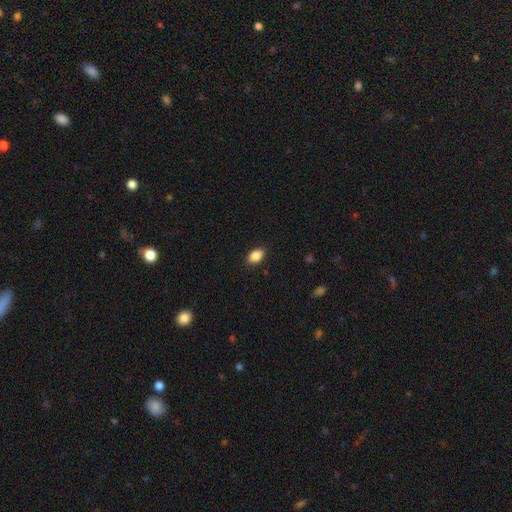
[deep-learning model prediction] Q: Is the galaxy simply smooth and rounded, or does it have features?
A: smooth — 88%.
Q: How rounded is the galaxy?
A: in between — 88%.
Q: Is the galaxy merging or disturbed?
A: none — 88%.